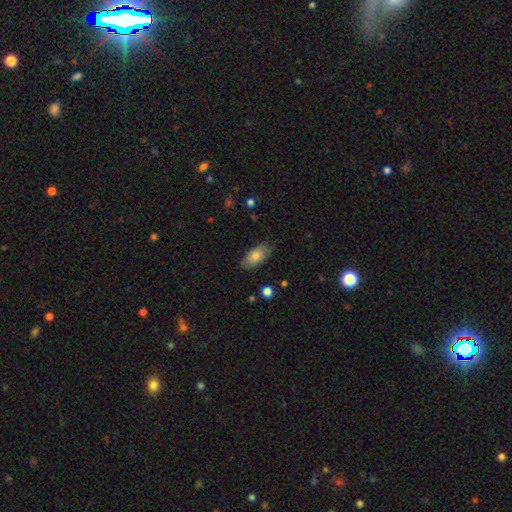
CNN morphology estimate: A smooth galaxy with no disk features (80%) that is in between round and cigar-shaped (92%).

Vote fractions:
- Smooth or featured? smooth: 80% / featured or disk: 14% / star or artifact: 6%
- How rounded? in between: 92% / cigar-shaped: 6% / round: 3%
- Merging? none: 83% / minor disturbance: 13% / major disturbance: 3% / merger: 1%